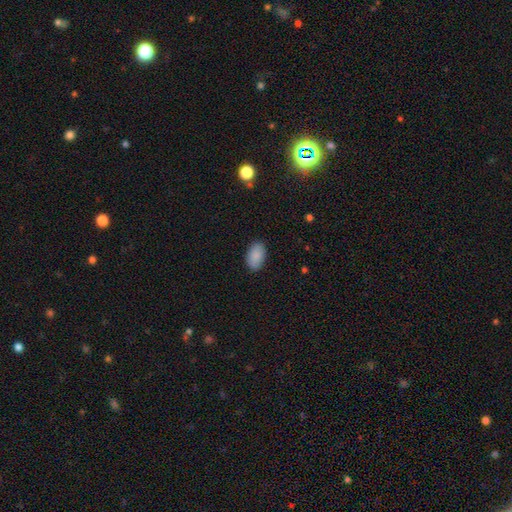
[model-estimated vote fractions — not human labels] Smooth or featured? Predicted: smooth (p=0.89). How rounded? Predicted: in between (p=0.94). Merging? Predicted: none (p=0.87).